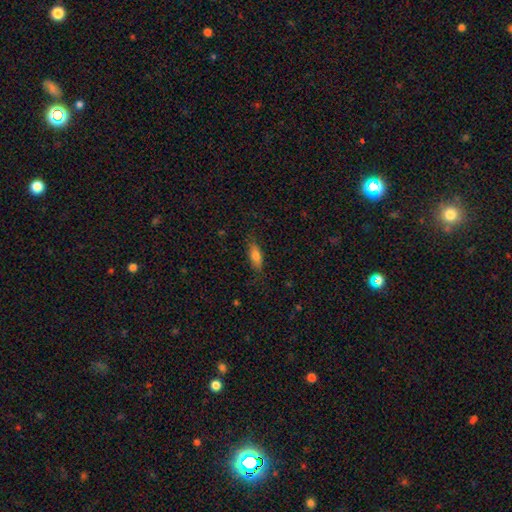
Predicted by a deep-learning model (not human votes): Morphology: type=smooth (76%); roundness=in between (71%); merging=none (79%).